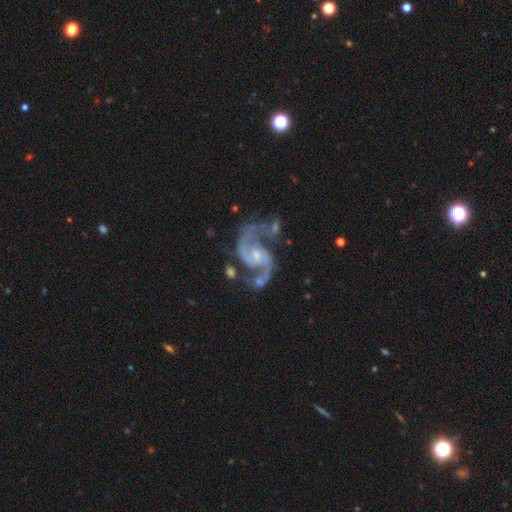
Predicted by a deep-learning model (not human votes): Overall: featured or disk (93%). Edge-on disk: no (98%). Bar: no (48%; weak 41%). Spiral arms: yes (98%). Spiral arm count: 2 (94%). Spiral winding: medium (56%; loose 33%). Bulge size: small (61%; moderate 30%). Merging: none (57%; minor disturbance 19%).